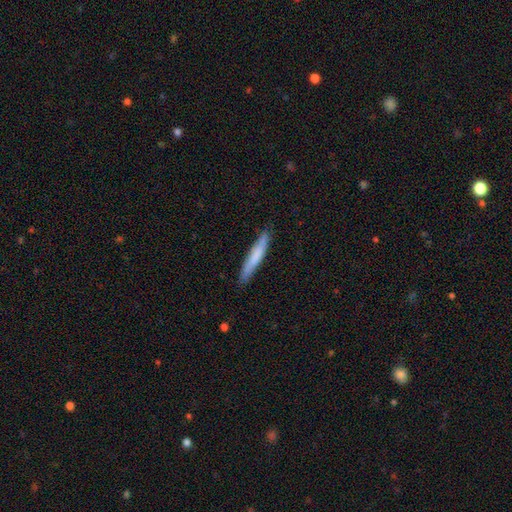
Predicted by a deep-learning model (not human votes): This appears to be a smooth galaxy with no disk features (70%) that is cigar-shaped (94%). Merging: none (85%).